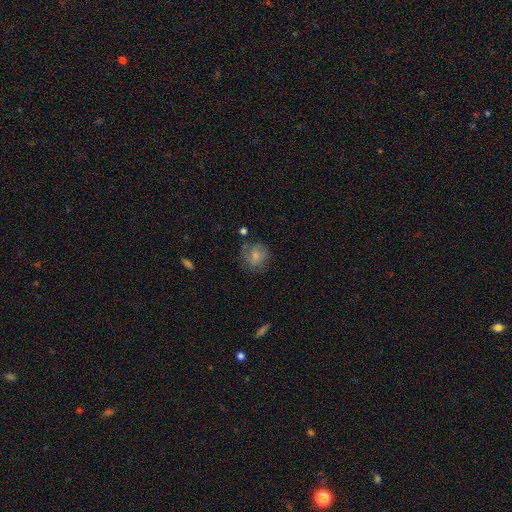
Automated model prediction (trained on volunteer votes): This is likely a smooth galaxy (73%). How rounded: likely round (80%). Merging: likely none (63%).